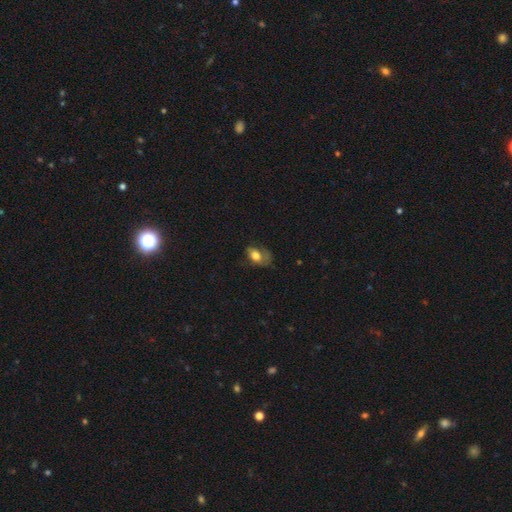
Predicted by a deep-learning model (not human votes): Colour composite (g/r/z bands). It shows a smooth galaxy with no disk features (62%) that is in between round and cigar-shaped (81%). Merging: none (38%).